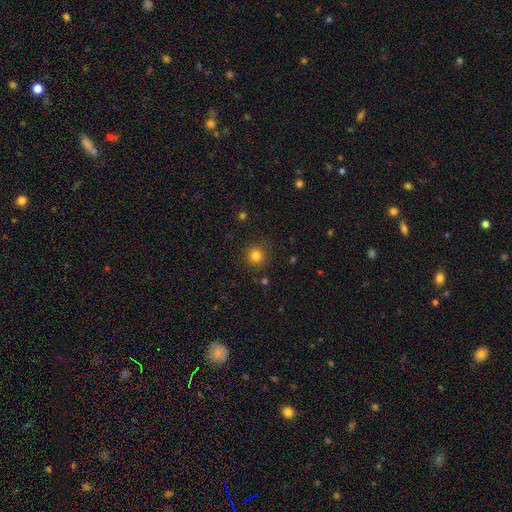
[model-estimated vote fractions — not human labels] Smooth or featured? Predicted: smooth (p=0.82). How rounded? Predicted: round (p=0.93). Merging? Predicted: none (p=0.88).